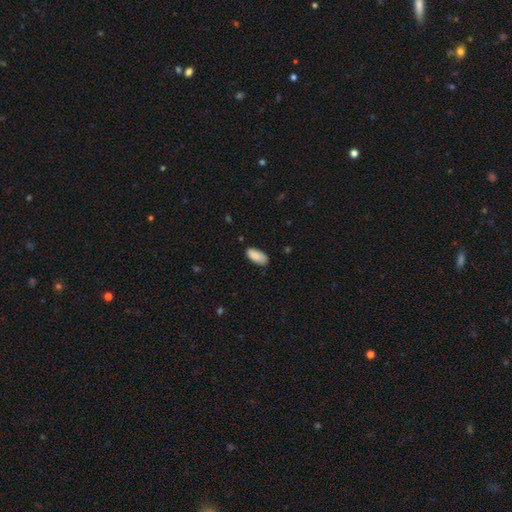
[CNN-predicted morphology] smooth 88%, star or artifact 6%, featured or disk 6%. Down the decision tree: how rounded — in between (88%); merging — none (76%).